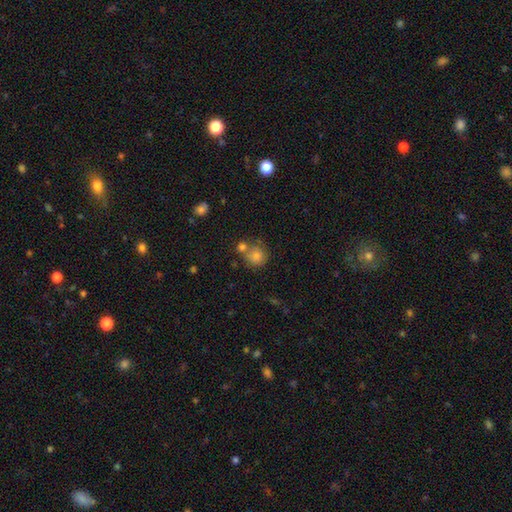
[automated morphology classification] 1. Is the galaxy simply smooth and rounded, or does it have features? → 81% smooth, 11% star or artifact, 9% featured or disk.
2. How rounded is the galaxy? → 88% round, 11% in between, 1% cigar-shaped.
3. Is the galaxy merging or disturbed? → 57% none, 27% merger, 11% minor disturbance, 4% major disturbance.